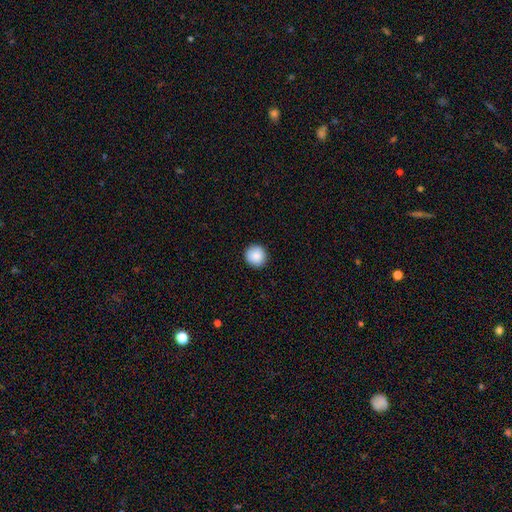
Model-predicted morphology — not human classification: Overall: smooth (89%). How rounded: round (94%). Merging: none (92%).